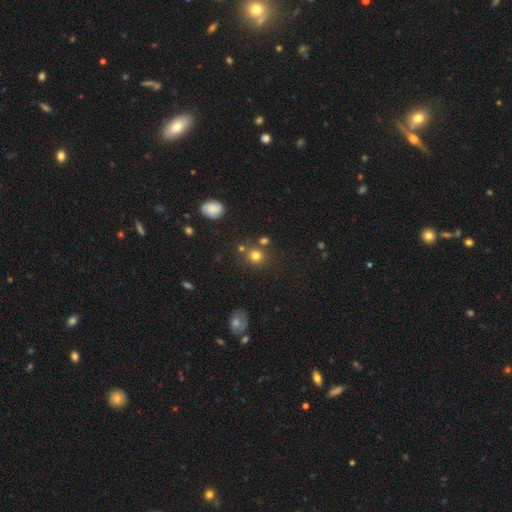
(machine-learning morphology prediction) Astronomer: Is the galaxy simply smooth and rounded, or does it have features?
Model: smooth — 77%.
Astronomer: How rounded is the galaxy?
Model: round — 84%.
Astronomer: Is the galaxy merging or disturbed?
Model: none — 74%.